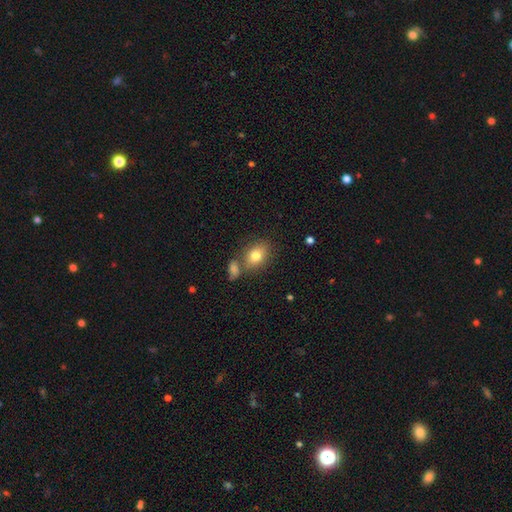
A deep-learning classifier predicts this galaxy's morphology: Smooth or featured? Predicted: smooth (p=0.79). How rounded? Predicted: in between (p=0.66). Merging? Predicted: none (p=0.63).